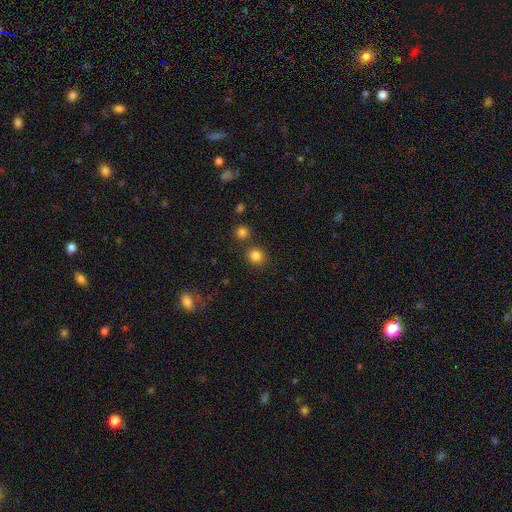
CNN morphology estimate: The model was most divided on "smooth or featured": smooth: 83%, star or artifact: 13%, featured or disk: 5%. More confident: how rounded — round (85%); merging — none (80%).